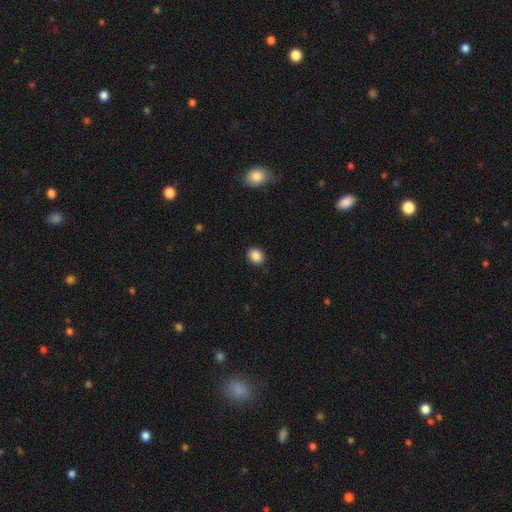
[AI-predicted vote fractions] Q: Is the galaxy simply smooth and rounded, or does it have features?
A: smooth — 87%.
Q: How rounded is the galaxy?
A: round — 58%.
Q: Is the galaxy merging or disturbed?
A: none — 90%.